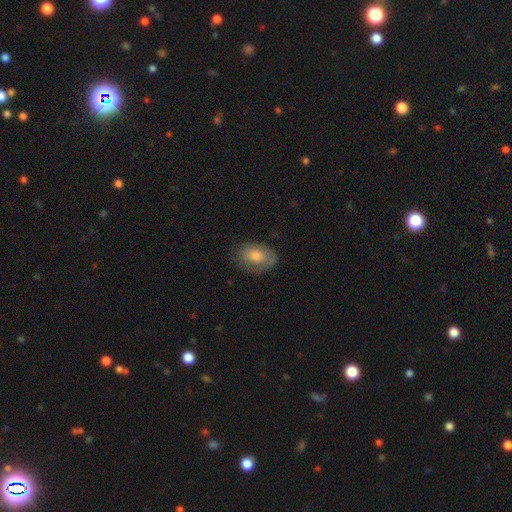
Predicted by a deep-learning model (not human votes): smooth_or_featured: smooth (p=0.60) [alt: featured or disk p=0.32]
how_rounded: in between (p=0.77) [alt: round p=0.22]
merging: none (p=0.70) [alt: minor disturbance p=0.21]